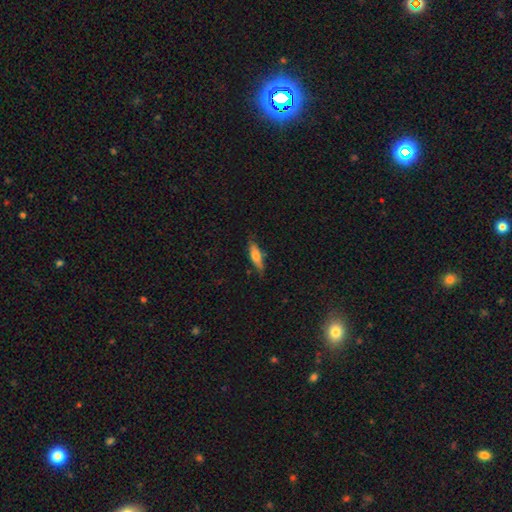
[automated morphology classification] smooth_or_featured: smooth (p=0.66) [alt: featured or disk p=0.27]
how_rounded: cigar-shaped (p=0.56) [alt: in between p=0.42]
merging: none (p=0.75) [alt: minor disturbance p=0.20]